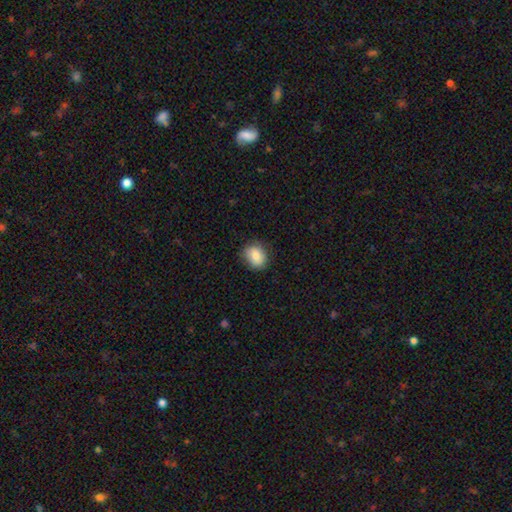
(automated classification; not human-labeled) Smooth or featured: smooth — 81% (featured or disk — 11%)
How rounded: round — 59% (in between — 40%)
Merging: none — 80% (minor disturbance — 16%)